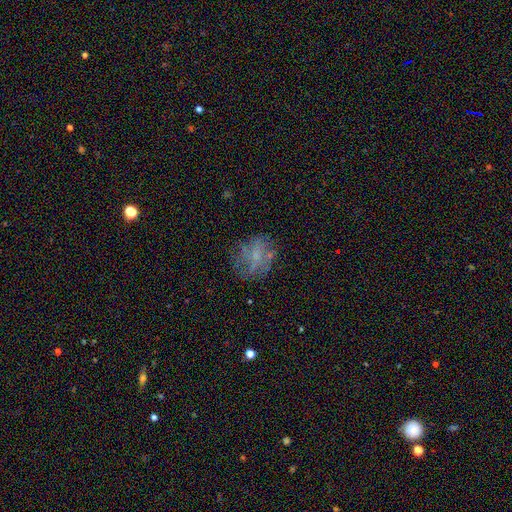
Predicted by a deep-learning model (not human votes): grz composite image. It shows a featured or disk galaxy (45%). Merging: none (59%).